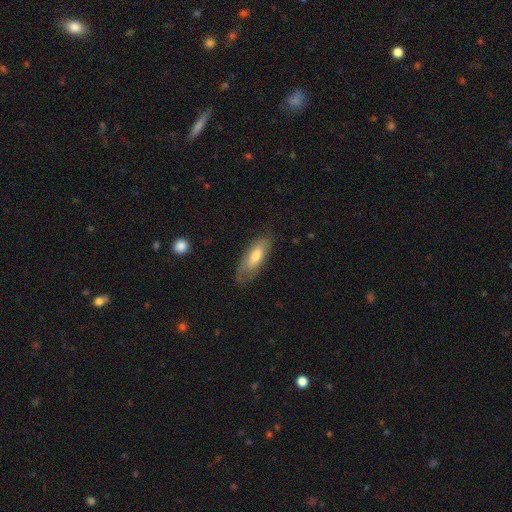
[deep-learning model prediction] Overall: smooth (65%; featured or disk 29%). How rounded: in between (72%). Merging: none (66%).